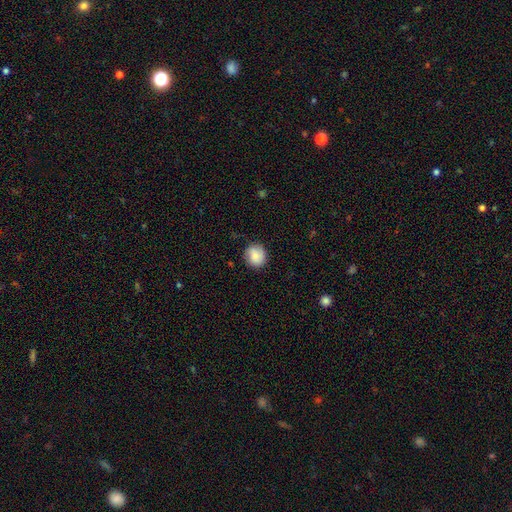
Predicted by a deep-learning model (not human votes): Smooth or featured? Predicted: smooth (p=0.80). How rounded? Predicted: round (p=0.86). Merging? Predicted: none (p=0.82).